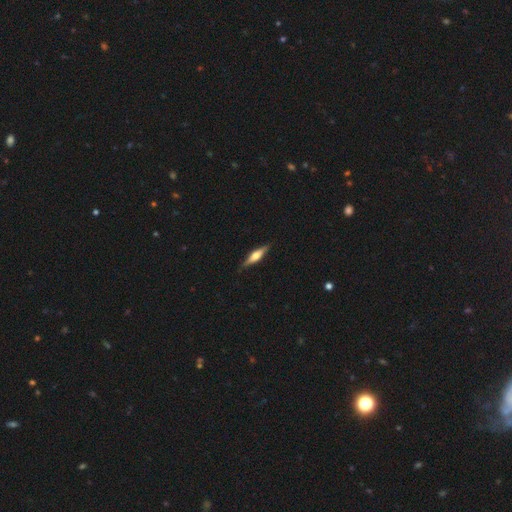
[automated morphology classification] The model was most divided on "smooth or featured": featured or disk: 60%, smooth: 35%, star or artifact: 5%. More confident: edge-on disk — yes (96%); merging — none (88%); edge-on bulge — rounded (86%).